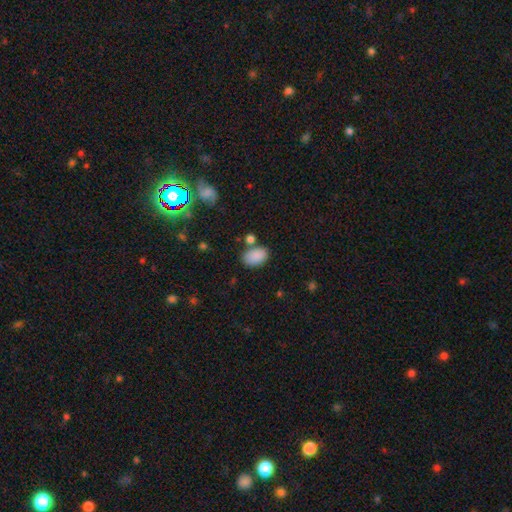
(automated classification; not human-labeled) Smooth or featured: smooth — 87% (star or artifact — 8%)
How rounded: in between — 89% (round — 10%)
Merging: none — 71% (minor disturbance — 15%)